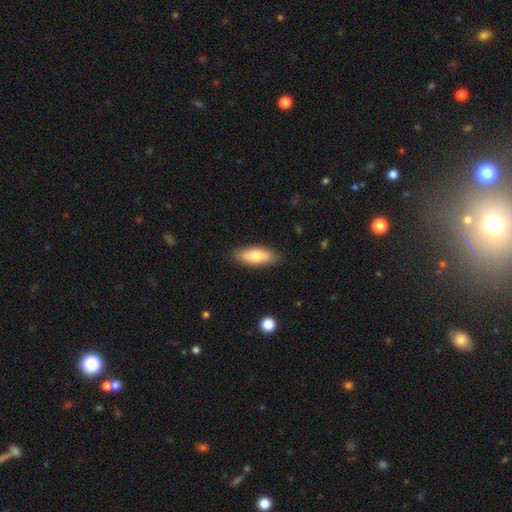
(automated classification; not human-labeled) Morphology: type=smooth (74%); roundness=in between (75%); merging=none (87%).